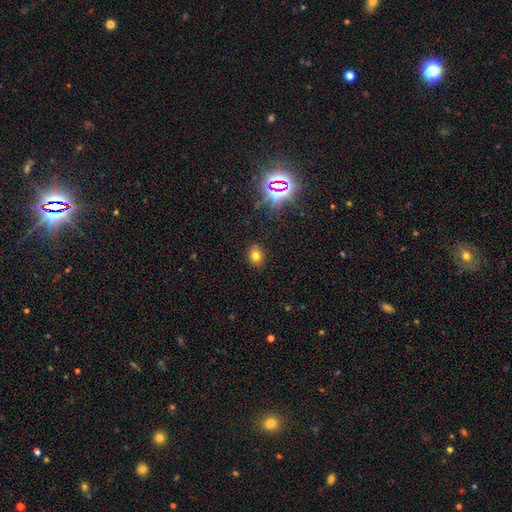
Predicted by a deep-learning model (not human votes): smooth_or_featured: smooth (p=0.73) [alt: star or artifact p=0.19]
how_rounded: in between (p=0.50) [alt: round p=0.49]
merging: none (p=0.88) [alt: minor disturbance p=0.08]